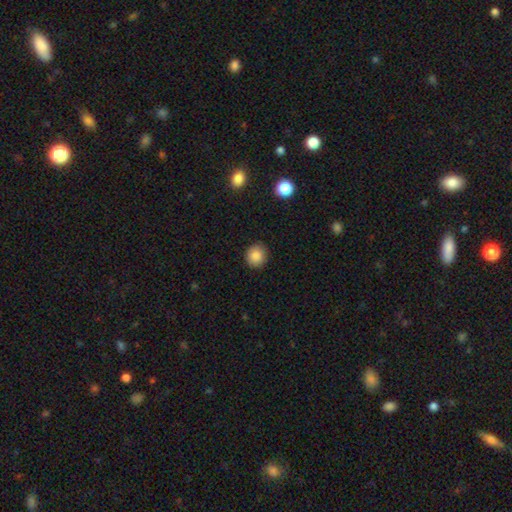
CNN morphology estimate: This appears to be a smooth galaxy with no disk features (86%) that is round (84%). Merging: none (89%).